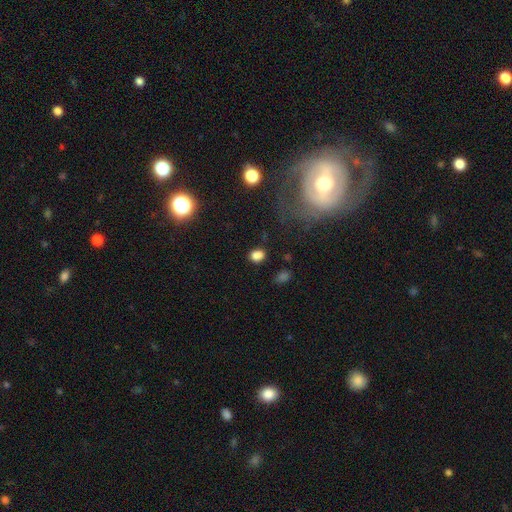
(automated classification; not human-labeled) Morphology: type=smooth (81%); roundness=in between (55%); merging=none (78%).